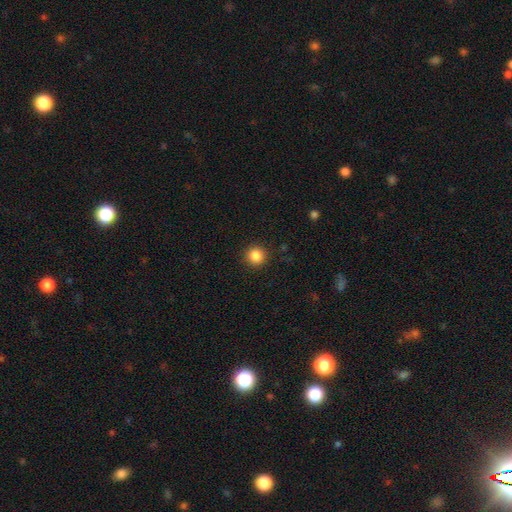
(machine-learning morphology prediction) Smooth or featured: smooth — 86% (star or artifact — 10%)
How rounded: round — 95% (in between — 4%)
Merging: none — 91% (minor disturbance — 6%)